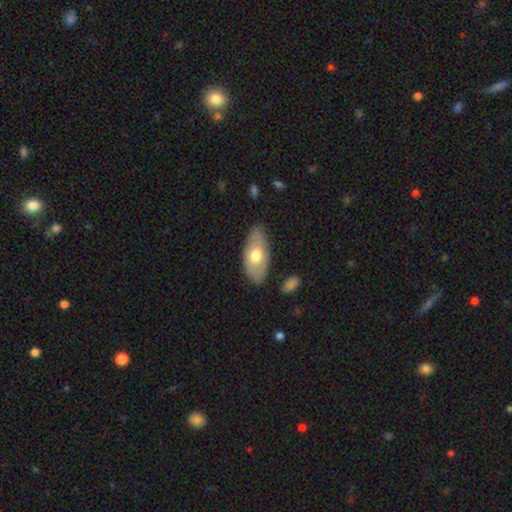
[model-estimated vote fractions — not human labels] Smooth or featured? smooth (60%)
How rounded? in between (90%)
Merging? none (79%)